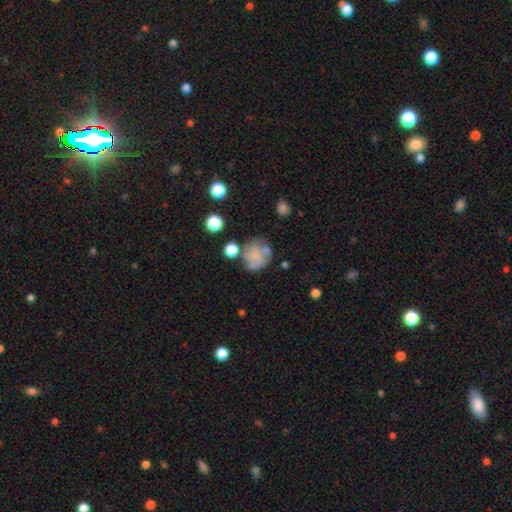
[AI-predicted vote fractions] Smooth or featured? smooth (58%)
How rounded? round (78%)
Merging? none (51%)